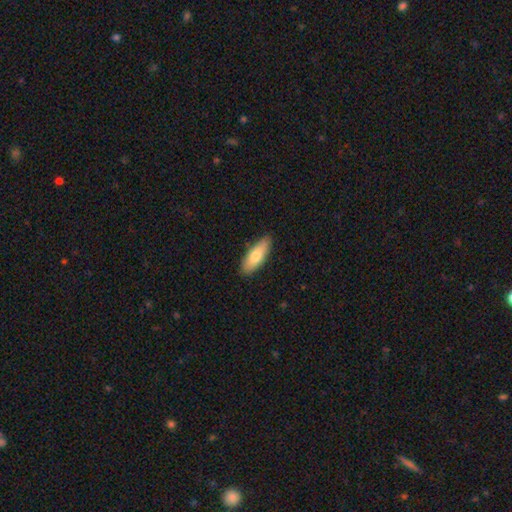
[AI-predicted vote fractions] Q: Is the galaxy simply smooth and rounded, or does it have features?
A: smooth — 76%.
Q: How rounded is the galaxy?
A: in between — 62%.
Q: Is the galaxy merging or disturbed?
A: none — 86%.